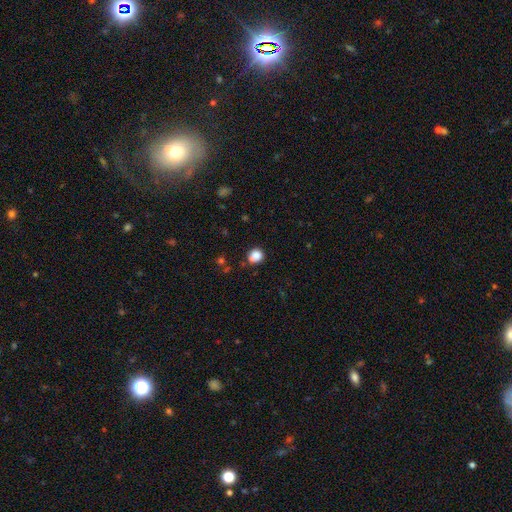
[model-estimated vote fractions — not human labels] This appears to be a smooth galaxy with no disk features (85%) that is round (80%). Merging: none (73%).